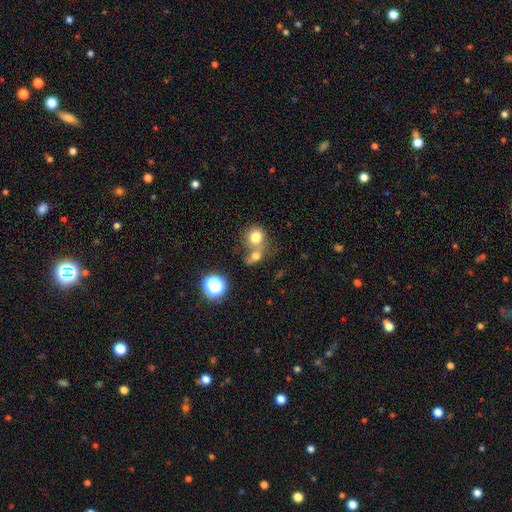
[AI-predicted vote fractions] Smooth or featured? Predicted: smooth (p=0.72). How rounded? Predicted: round (p=0.72). Merging? Predicted: merger (p=0.48).